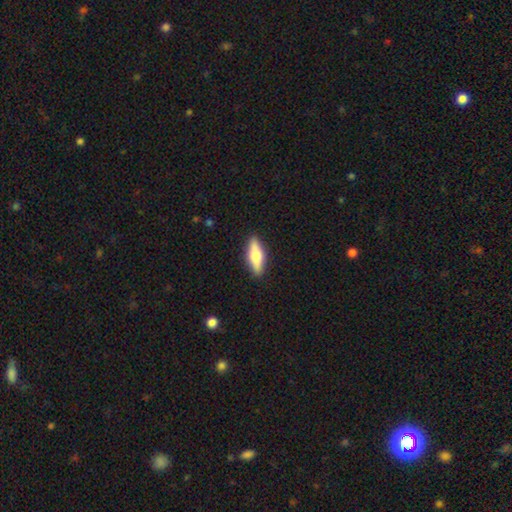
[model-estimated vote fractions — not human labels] A smooth galaxy with no disk features (53%) that is cigar-shaped (51%). Merging: none (90%).